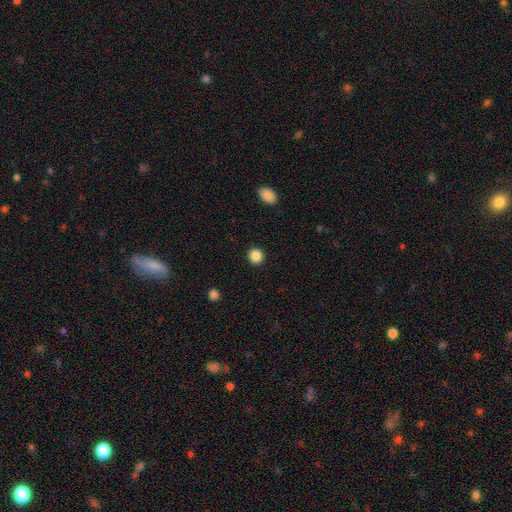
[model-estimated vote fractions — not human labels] Morphology: type=smooth (87%); roundness=round (90%); merging=none (92%).